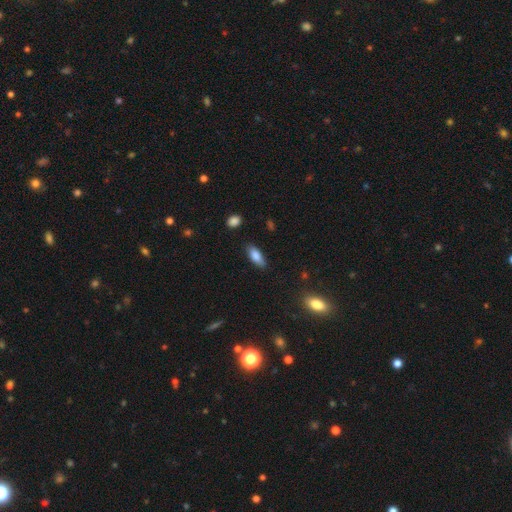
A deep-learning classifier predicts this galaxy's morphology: smooth_or_featured: smooth (p=0.84) [alt: featured or disk p=0.10]
how_rounded: in between (p=0.78) [alt: cigar-shaped p=0.20]
merging: none (p=0.80) [alt: minor disturbance p=0.16]